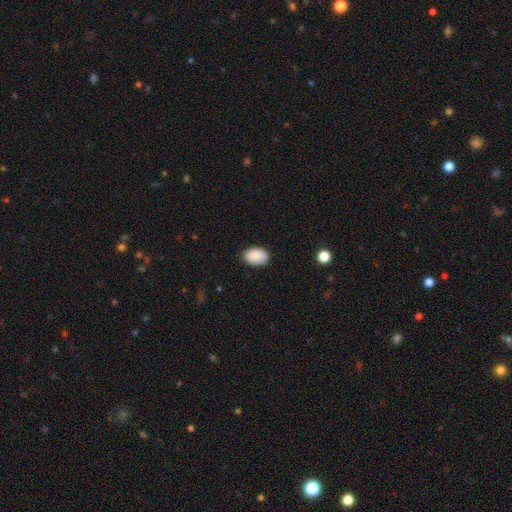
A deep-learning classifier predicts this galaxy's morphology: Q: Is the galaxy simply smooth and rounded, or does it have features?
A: smooth — 90%.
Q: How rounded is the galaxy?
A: in between — 88%.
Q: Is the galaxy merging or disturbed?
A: none — 85%.